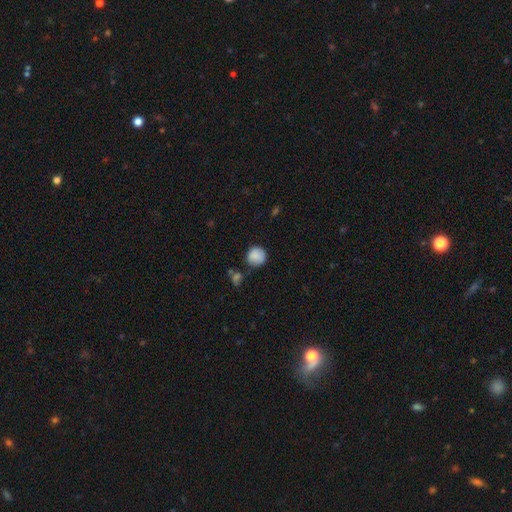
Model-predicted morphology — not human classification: Smooth or featured: smooth — 86% (star or artifact — 8%)
How rounded: round — 90% (in between — 9%)
Merging: none — 72% (minor disturbance — 18%)